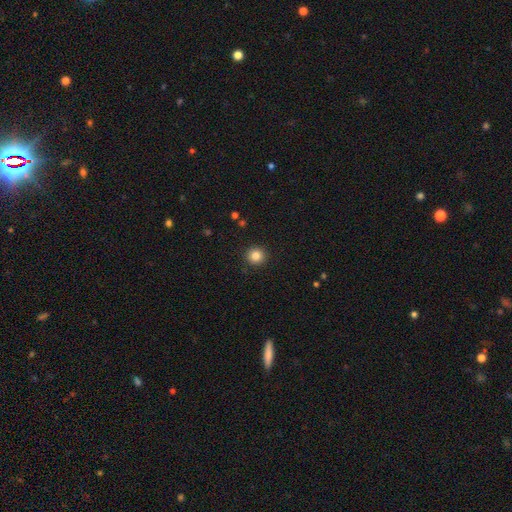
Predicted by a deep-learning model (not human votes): smooth 84%, star or artifact 11%, featured or disk 5%. Down the decision tree: how rounded — round (94%); merging — none (92%).